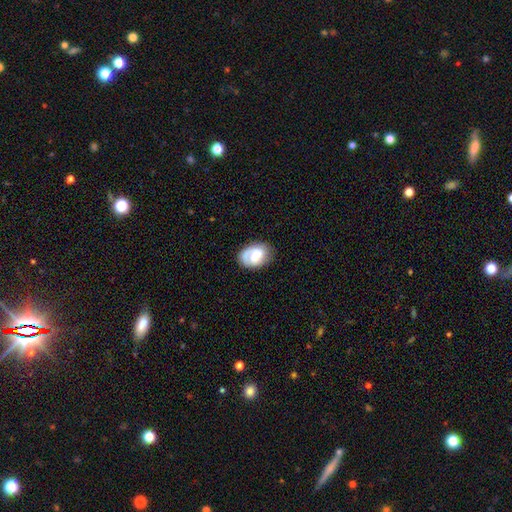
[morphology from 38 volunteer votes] Smooth or featured?
  - smooth: 50% * (tied)
  - featured or disk: 50% * (tied)
  - star or artifact: 0%
How rounded?
  - in between: 74% *
  - round: 26%
  - cigar-shaped: 0%
Merging?
  - none: 58% *
  - minor disturbance: 24%
  - major disturbance: 16%
  - merger: 3%